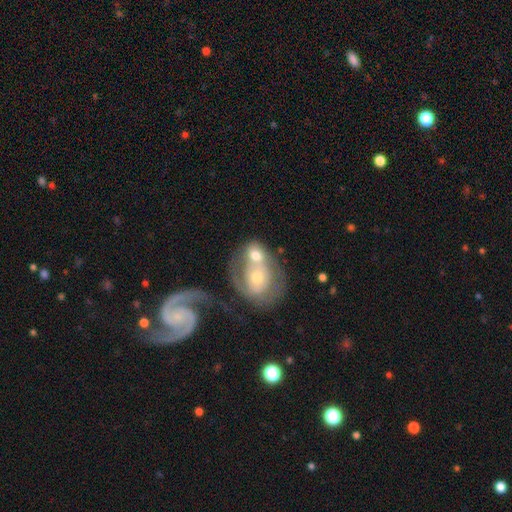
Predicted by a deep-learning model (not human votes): smooth_or_featured: featured or disk (p=0.51) [alt: smooth p=0.42]
disk_edge_on: no (p=0.96) [alt: yes p=0.04]
merging: merger (p=0.69) [alt: none p=0.14]